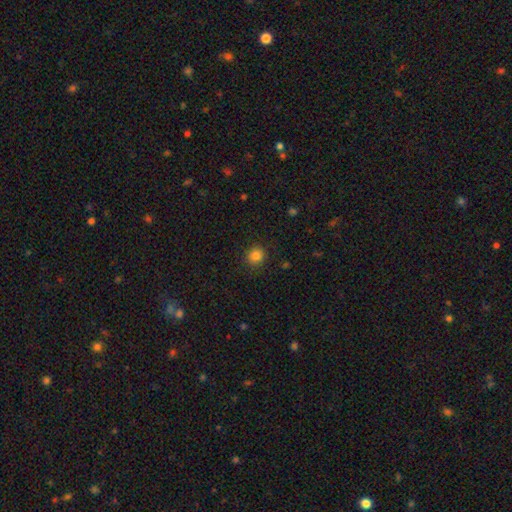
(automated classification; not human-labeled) Smooth or featured? Predicted: smooth (p=0.84). How rounded? Predicted: round (p=0.90). Merging? Predicted: none (p=0.90).